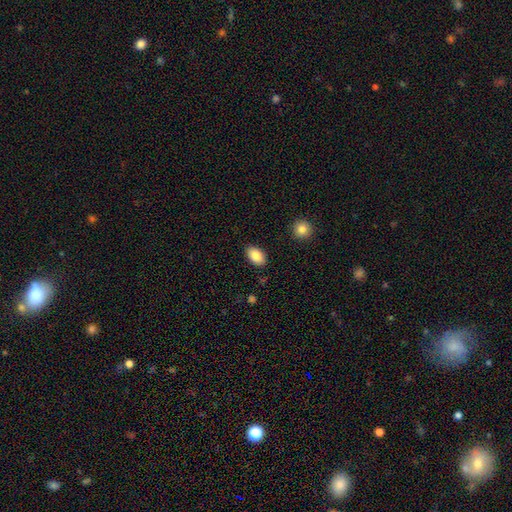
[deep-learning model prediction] smooth_or_featured: smooth (p=0.87) [alt: star or artifact p=0.07]
how_rounded: in between (p=0.92) [alt: round p=0.07]
merging: none (p=0.86) [alt: minor disturbance p=0.10]